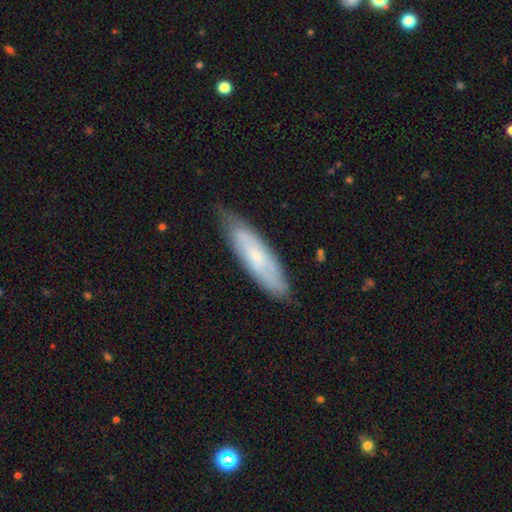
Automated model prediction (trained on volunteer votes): Smooth or featured: featured or disk — 51% (smooth — 43%)
Edge-on disk: no — 68% (yes — 32%)
Merging: none — 74% (minor disturbance — 21%)